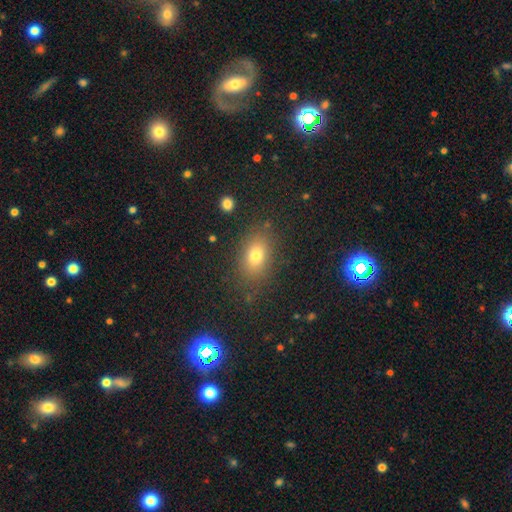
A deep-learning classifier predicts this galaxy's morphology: Overall: smooth (74%). How rounded: in between (78%). Merging: none (84%).